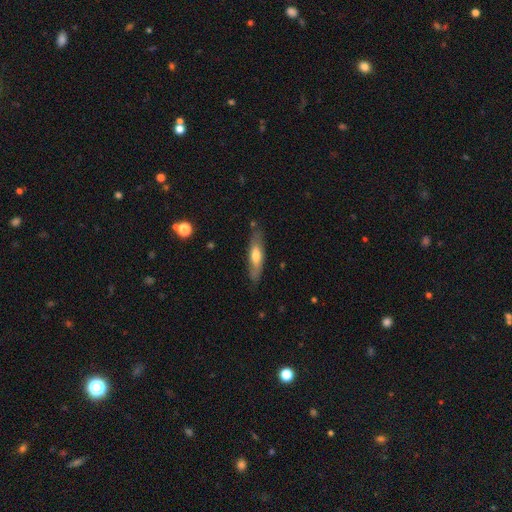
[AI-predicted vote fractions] Q: Smooth or featured?
A: smooth (55%); runner-up: featured or disk (39%)
Q: How rounded?
A: cigar-shaped (62%); runner-up: in between (36%)
Q: Merging?
A: none (79%); runner-up: minor disturbance (16%)